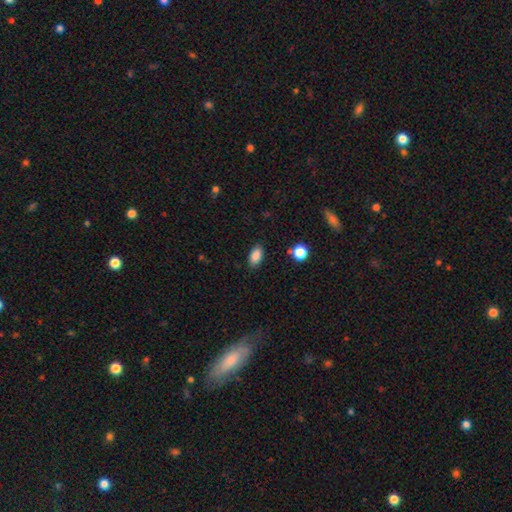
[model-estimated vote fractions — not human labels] Q: Smooth or featured?
A: smooth (86%); runner-up: star or artifact (9%)
Q: How rounded?
A: in between (91%); runner-up: round (6%)
Q: Merging?
A: none (86%); runner-up: minor disturbance (10%)